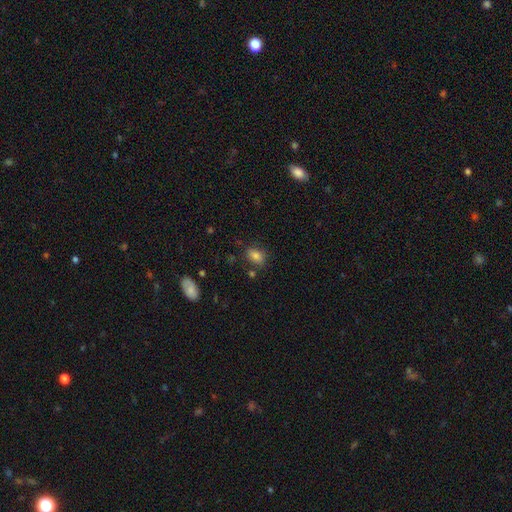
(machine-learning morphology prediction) smooth 80%, star or artifact 11%, featured or disk 9%. Down the decision tree: how rounded — in between (80%); merging — none (75%).